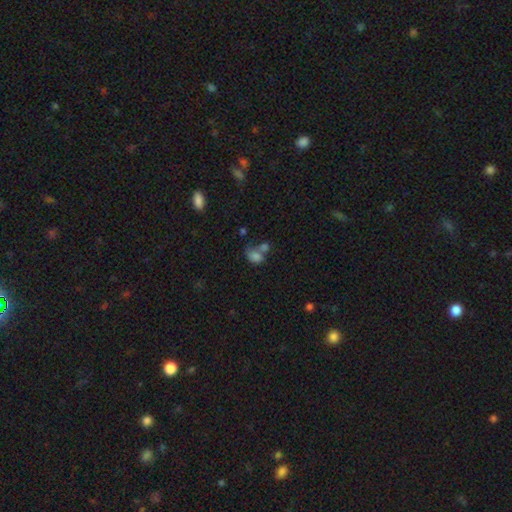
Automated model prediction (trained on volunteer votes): A smooth galaxy with no disk features (49%).

Vote fractions:
- Smooth or featured? smooth: 49% / star or artifact: 38% / featured or disk: 14%
- Merging? none: 53% / merger: 29% / minor disturbance: 11% / major disturbance: 7%